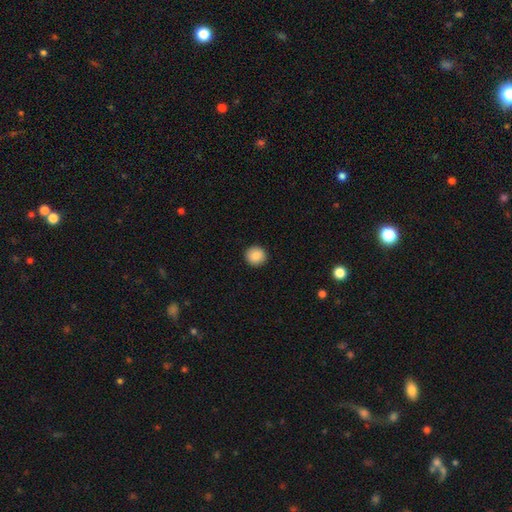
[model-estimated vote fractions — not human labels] A smooth galaxy with no disk features (88%) that is round (94%).

Vote fractions:
- Smooth or featured? smooth: 88% / star or artifact: 8% / featured or disk: 4%
- How rounded? round: 94% / in between: 5% / cigar-shaped: 1%
- Merging? none: 93% / minor disturbance: 5% / major disturbance: 2% / merger: 1%